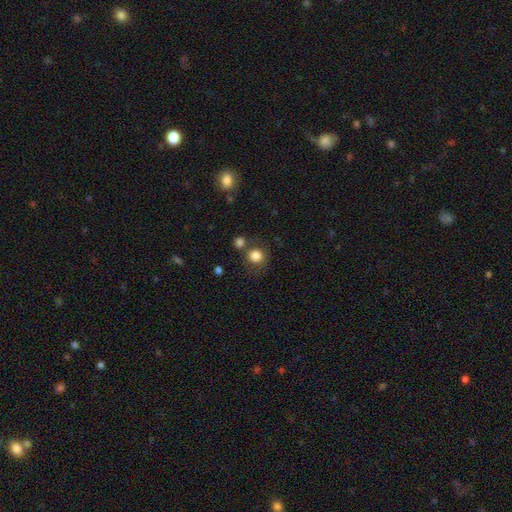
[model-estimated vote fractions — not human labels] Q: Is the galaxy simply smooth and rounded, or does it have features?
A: smooth — 83%.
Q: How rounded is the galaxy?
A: round — 86%.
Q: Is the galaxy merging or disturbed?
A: none — 67%.